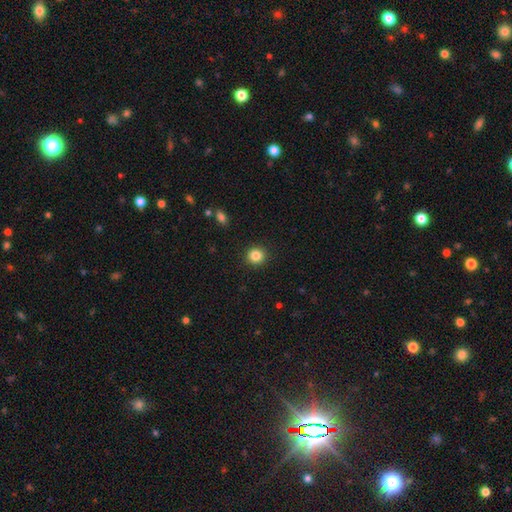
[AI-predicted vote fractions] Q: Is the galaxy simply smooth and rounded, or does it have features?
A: smooth — 85%.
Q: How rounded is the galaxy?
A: round — 90%.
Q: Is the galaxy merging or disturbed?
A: none — 92%.